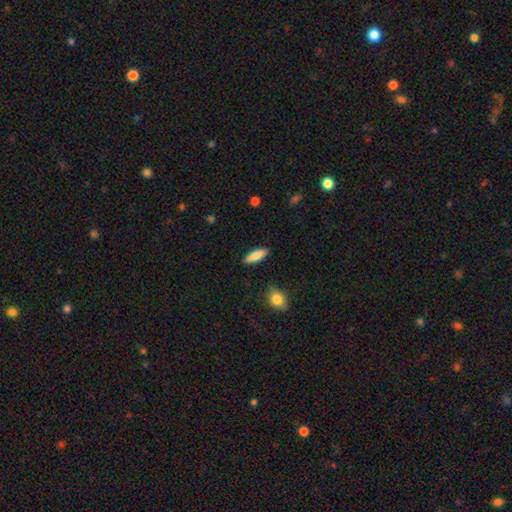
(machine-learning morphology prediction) The model was most divided on "how rounded": cigar-shaped: 51%, in between: 47%, round: 2%. More confident: merging — none (88%); smooth or featured — smooth (82%).